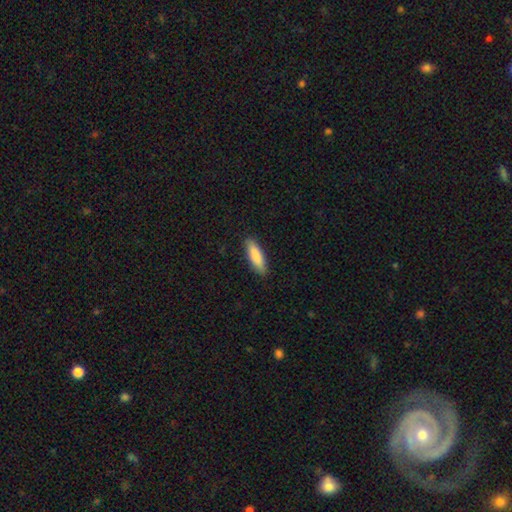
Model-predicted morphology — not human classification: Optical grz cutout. It shows a smooth galaxy with no disk features (86%) that is cigar-shaped (62%). Merging: none (89%).